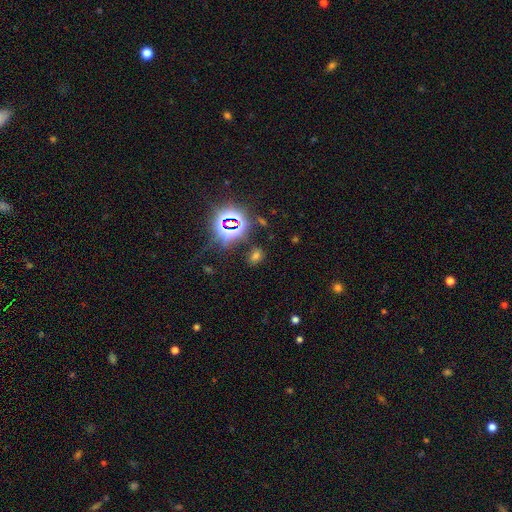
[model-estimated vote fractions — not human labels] This is possibly a smooth galaxy (49%). Merging: likely none (76%).